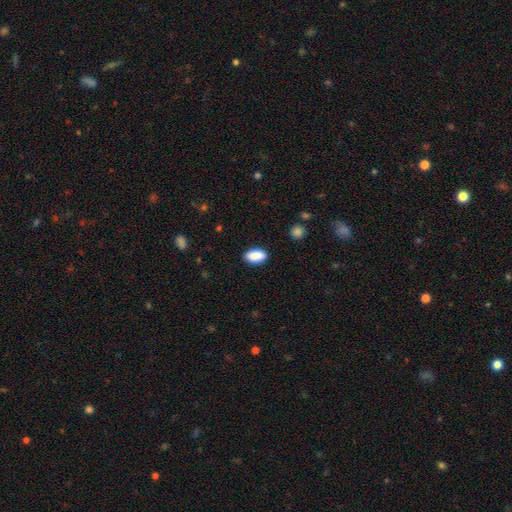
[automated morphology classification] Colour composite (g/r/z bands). It shows a smooth galaxy with no disk features (88%) that is in between round and cigar-shaped (92%). Merging: none (86%).